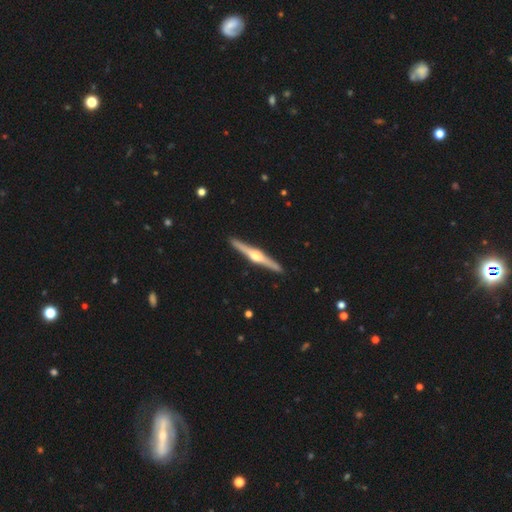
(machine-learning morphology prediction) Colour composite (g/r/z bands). It shows a featured or disk galaxy (82%) viewed edge-on (99%) with a rounded central bulge (95%). Merging: none (92%).